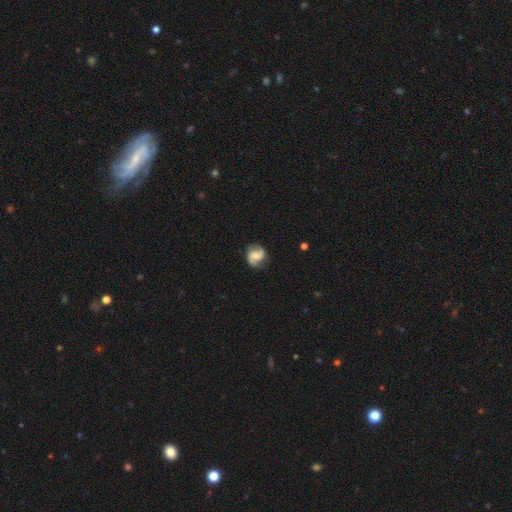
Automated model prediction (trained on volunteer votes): Smooth or featured?
  - featured or disk: 69% *
  - smooth: 24%
  - star or artifact: 7%
Edge-on disk?
  - no: 98% *
  - yes: 2%
Bar?
  - weak: 44% *
  - no: 41%
  - strong: 15%
Spiral arms?
  - yes: 93% *
  - no: 7%
Spiral winding?
  - loose: 42% *
  - medium: 41%
  - tight: 17%
Spiral arm count?
  - 2: 89% *
  - can't tell: 5%
  - 1: 3%
  - 3: 1%
  - 4: 1%
  - more than 4: 1%
Bulge size?
  - moderate: 39% *
  - small: 38%
  - none: 15%
  - large: 7%
  - dominant: 2%
Merging?
  - none: 76% *
  - minor disturbance: 17%
  - major disturbance: 6%
  - merger: 2%